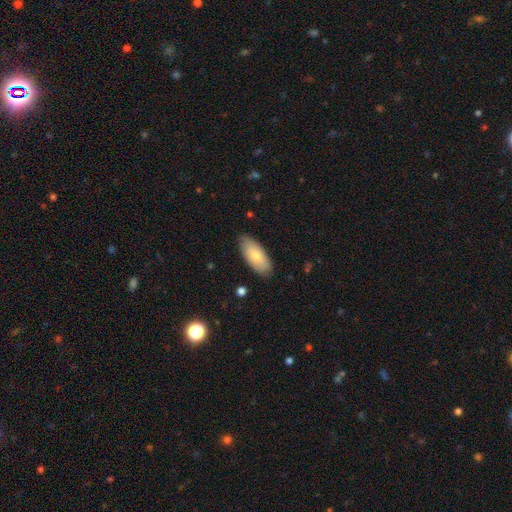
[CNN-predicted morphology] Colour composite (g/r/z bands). It shows a smooth galaxy with no disk features (71%) that is in between round and cigar-shaped (88%). Merging: none (82%).